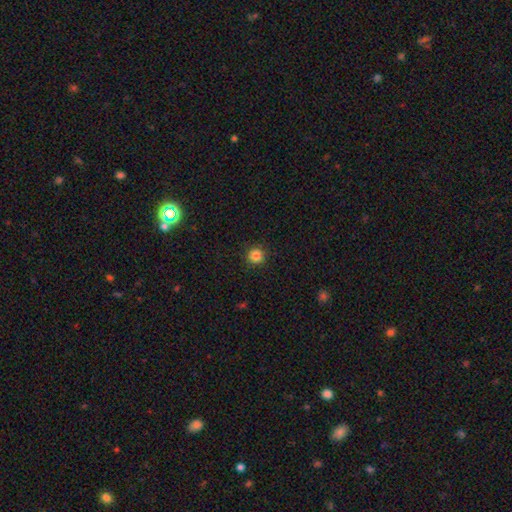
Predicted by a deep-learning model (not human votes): Smooth or featured? smooth (85%)
How rounded? round (94%)
Merging? none (90%)